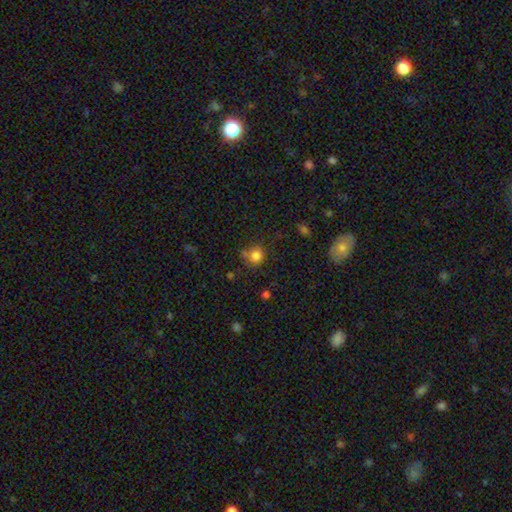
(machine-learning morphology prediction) type=smooth (81%); roundness=round (84%); merging=none (64%).